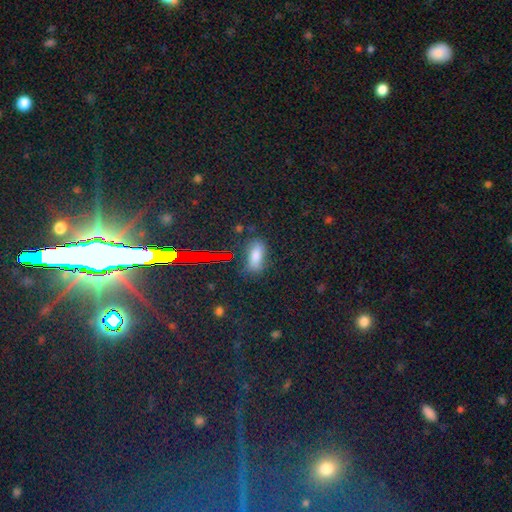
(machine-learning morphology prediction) This appears to be a smooth galaxy with no disk features (70%) that is in between round and cigar-shaped (79%). Merging: none (76%).